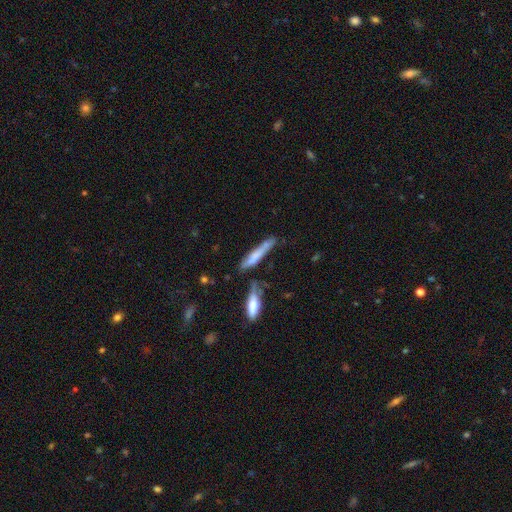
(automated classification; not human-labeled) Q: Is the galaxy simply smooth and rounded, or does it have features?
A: smooth — 59%.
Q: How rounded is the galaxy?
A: cigar-shaped — 88%.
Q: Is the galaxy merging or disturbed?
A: none — 52%.